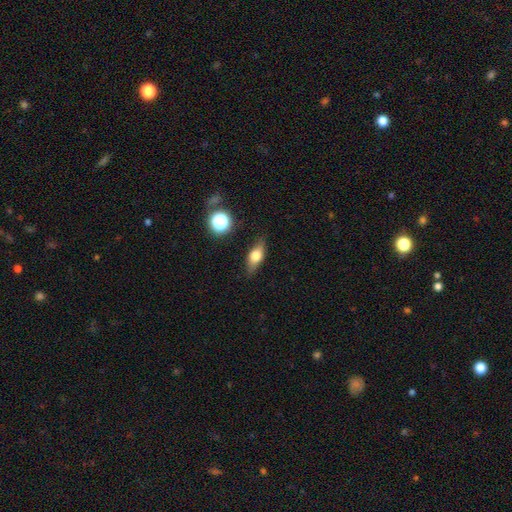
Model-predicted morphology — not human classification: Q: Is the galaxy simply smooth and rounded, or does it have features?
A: smooth — 56%.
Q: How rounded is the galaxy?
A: in between — 67%.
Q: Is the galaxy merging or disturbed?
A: none — 82%.